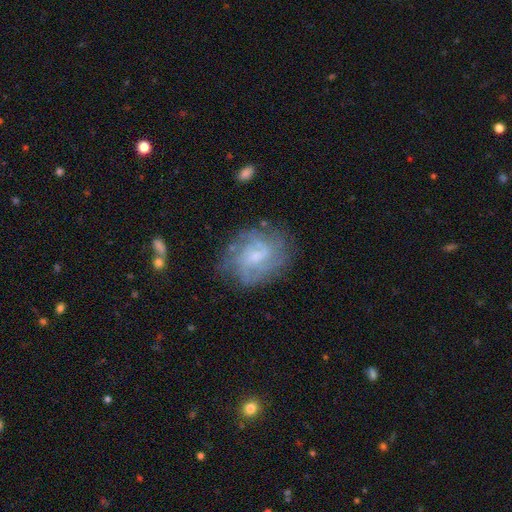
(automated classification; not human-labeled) A featured or disk galaxy (74%) with a weak bar (49%), tight (45%) spiral arms (89%) and a small central bulge (54%). Merging: none (72%).